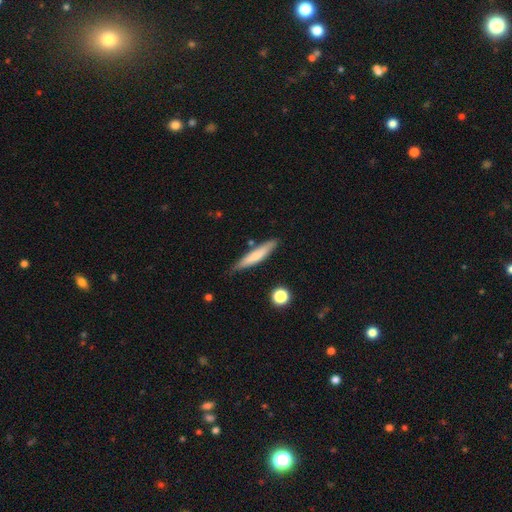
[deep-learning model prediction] Smooth or featured: smooth — 70% (featured or disk — 24%)
How rounded: cigar-shaped — 89% (in between — 10%)
Merging: none — 79% (minor disturbance — 15%)